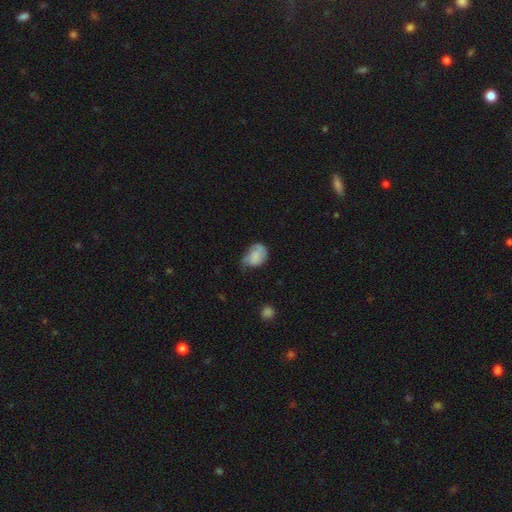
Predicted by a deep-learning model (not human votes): smooth_or_featured: smooth (p=0.62) [alt: featured or disk p=0.29]
how_rounded: in between (p=0.70) [alt: round p=0.29]
merging: minor disturbance (p=0.39) [alt: none p=0.29]